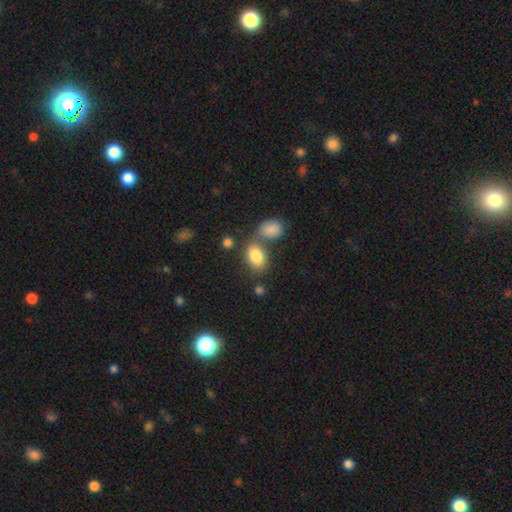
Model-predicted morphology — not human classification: Smooth or featured: smooth — 84% (star or artifact — 8%)
How rounded: in between — 86% (round — 12%)
Merging: none — 53% (merger — 28%)